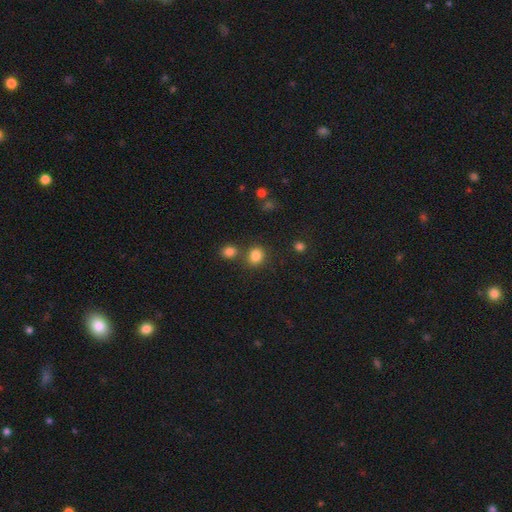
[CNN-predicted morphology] smooth_or_featured: smooth (p=0.83) [alt: star or artifact p=0.12]
how_rounded: round (p=0.69) [alt: in between p=0.30]
merging: none (p=0.68) [alt: merger p=0.18]